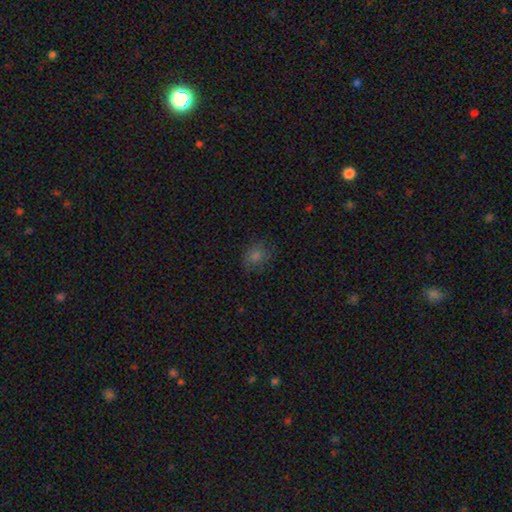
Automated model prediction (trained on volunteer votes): smooth 65%, star or artifact 22%, featured or disk 13%. Down the decision tree: how rounded — round (58%); merging — none (77%).